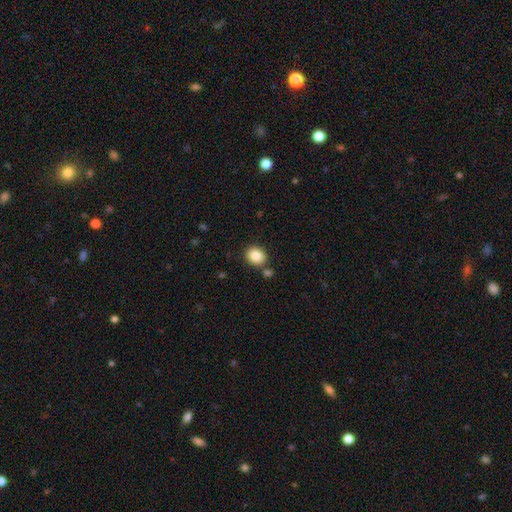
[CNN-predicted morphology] A smooth galaxy with no disk features (87%) that is round (63%).

Vote fractions:
- Smooth or featured? smooth: 87% / star or artifact: 9% / featured or disk: 4%
- How rounded? round: 63% / in between: 36% / cigar-shaped: 1%
- Merging? none: 80% / minor disturbance: 9% / merger: 8% / major disturbance: 3%